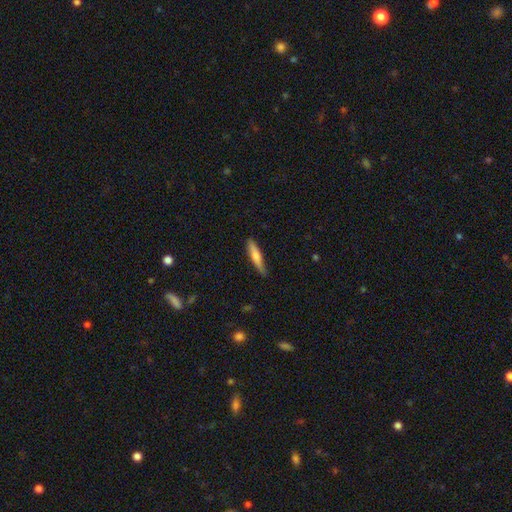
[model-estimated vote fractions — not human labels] This is likely a smooth galaxy (67%). How rounded: clearly cigar-shaped (86%). Merging: likely none (78%).